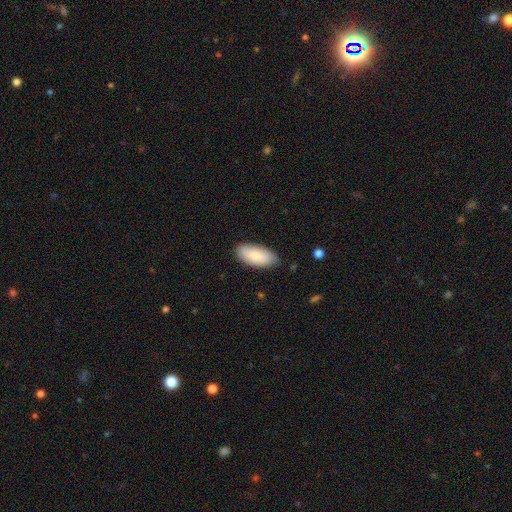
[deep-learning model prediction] This is clearly a smooth galaxy (80%). How rounded: clearly in between (91%). Merging: clearly none (83%).